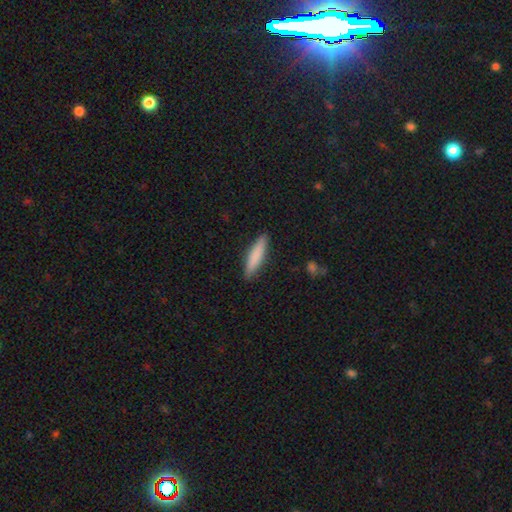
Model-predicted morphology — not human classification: A smooth galaxy with no disk features (82%) that is cigar-shaped (82%). Merging: none (89%).